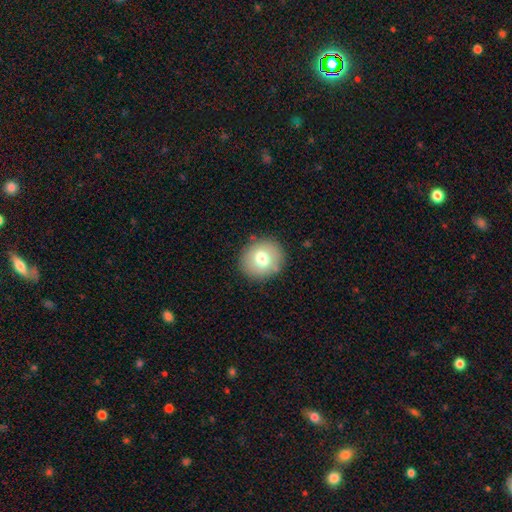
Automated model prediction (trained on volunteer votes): This is likely a smooth galaxy (67%). How rounded: clearly round (91%). Merging: clearly none (91%).